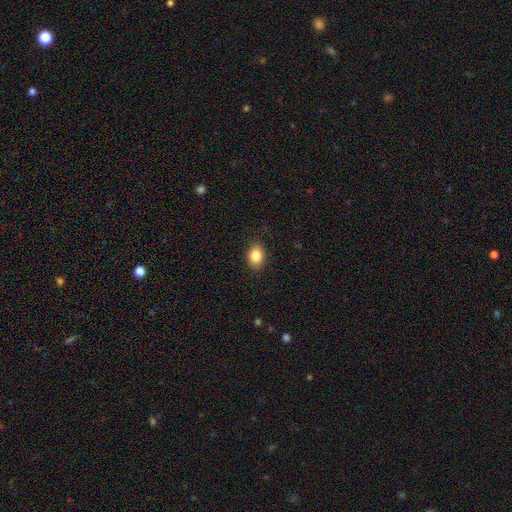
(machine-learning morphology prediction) The model was most divided on "how rounded": in between: 75%, round: 24%, cigar-shaped: 1%. More confident: merging — none (88%); smooth or featured — smooth (84%).